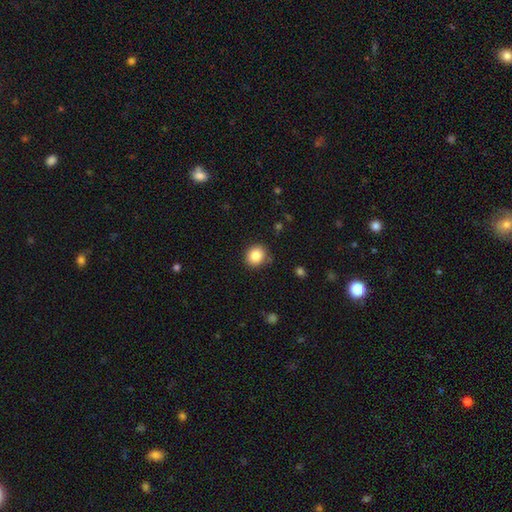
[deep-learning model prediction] This appears to be a smooth galaxy with no disk features (85%) that is round (80%). Merging: none (87%).